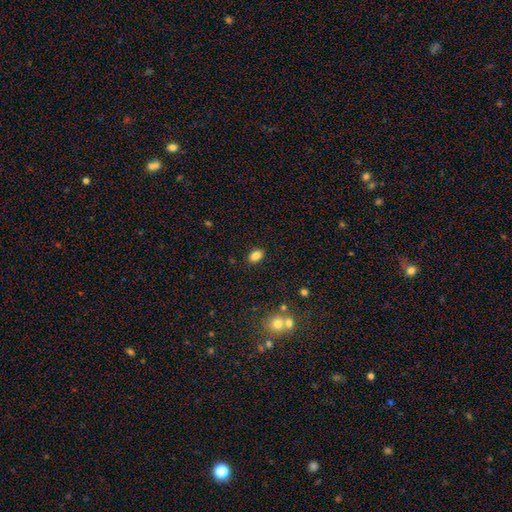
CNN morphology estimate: A smooth galaxy with no disk features (84%) that is in between round and cigar-shaped (79%). Merging: none (87%).